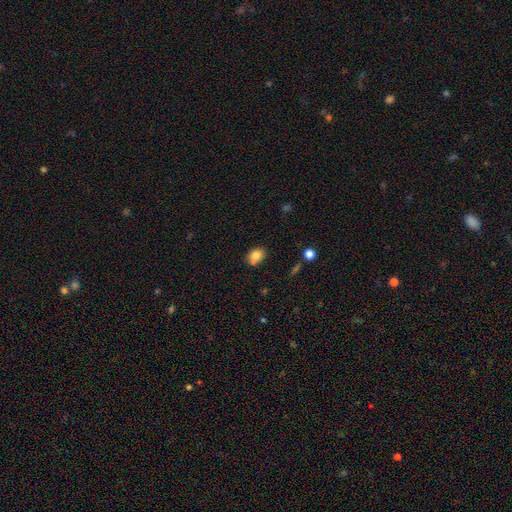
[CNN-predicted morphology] This appears to be a smooth galaxy with no disk features (83%) that is in between round and cigar-shaped (65%). Merging: none (68%).